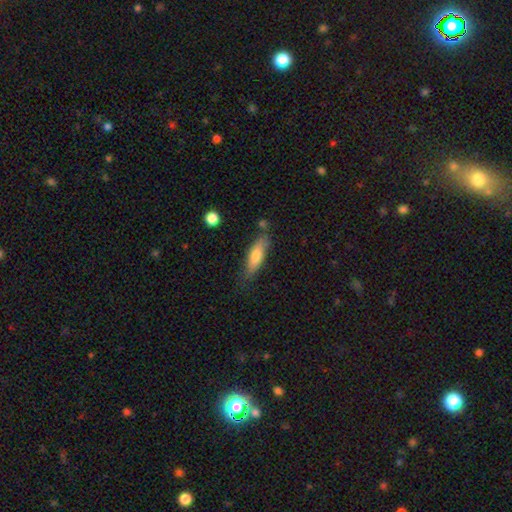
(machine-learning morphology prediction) type=smooth (70%); roundness=cigar-shaped (57%); merging=none (74%).